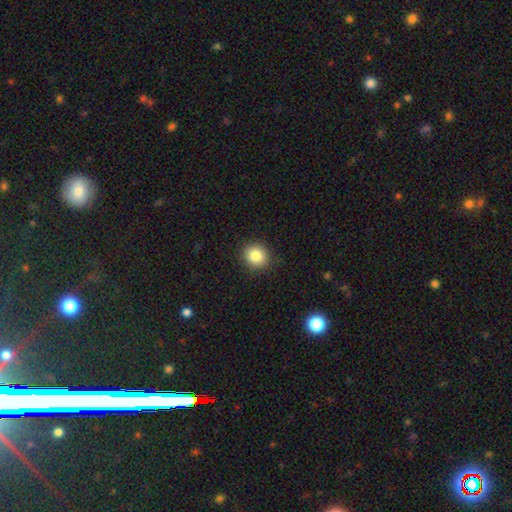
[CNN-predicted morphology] smooth-or-featured: smooth: 84% | star or artifact: 10% | featured or disk: 6%
  how-rounded: round: 87% | in between: 12% | cigar-shaped: 1%
  merging: none: 90% | minor disturbance: 7% | major disturbance: 2% | merger: 1%